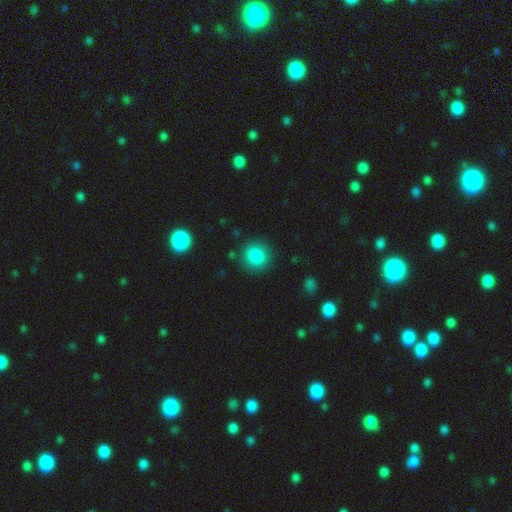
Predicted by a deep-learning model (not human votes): Smooth or featured?
  - smooth: 85% *
  - star or artifact: 10%
  - featured or disk: 5%
How rounded?
  - round: 90% *
  - in between: 9%
  - cigar-shaped: 1%
Merging?
  - none: 87% *
  - minor disturbance: 8%
  - major disturbance: 3%
  - merger: 2%